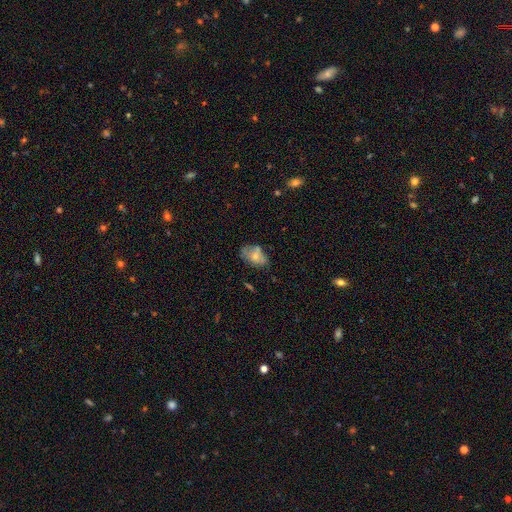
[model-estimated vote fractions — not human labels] smooth 62%, featured or disk 29%, star or artifact 9%. Down the decision tree: how rounded — in between (88%); merging — none (50%).